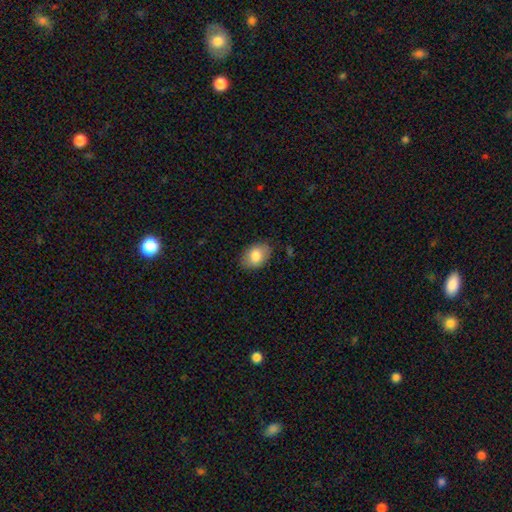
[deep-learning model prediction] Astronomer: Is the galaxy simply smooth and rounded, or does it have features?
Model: smooth — 81%.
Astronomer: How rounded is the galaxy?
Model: in between — 84%.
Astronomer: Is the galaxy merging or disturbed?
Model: none — 80%.